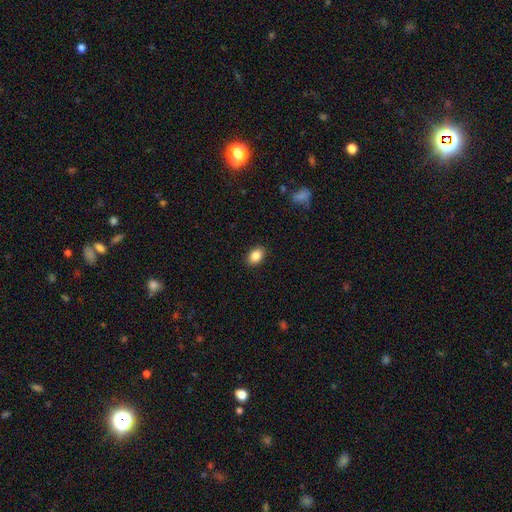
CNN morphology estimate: smooth-or-featured: smooth: 86% | star or artifact: 9% | featured or disk: 5%
  how-rounded: in between: 79% | round: 19% | cigar-shaped: 1%
  merging: none: 89% | minor disturbance: 8% | major disturbance: 2% | merger: 1%